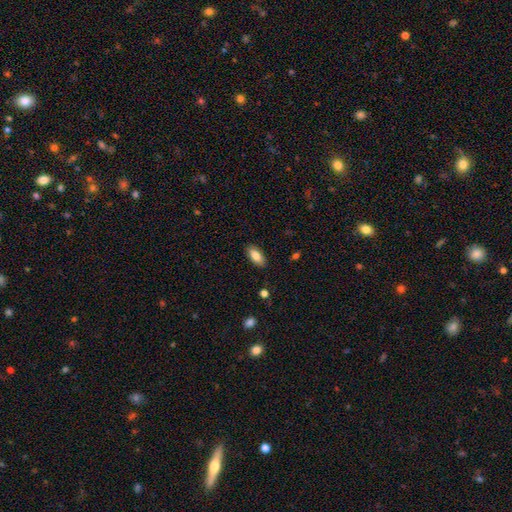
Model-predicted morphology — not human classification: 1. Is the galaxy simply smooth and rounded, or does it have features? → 83% smooth, 10% featured or disk, 7% star or artifact.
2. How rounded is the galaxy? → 87% in between, 11% cigar-shaped, 2% round.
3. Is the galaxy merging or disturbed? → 88% none, 9% minor disturbance, 2% major disturbance, 1% merger.